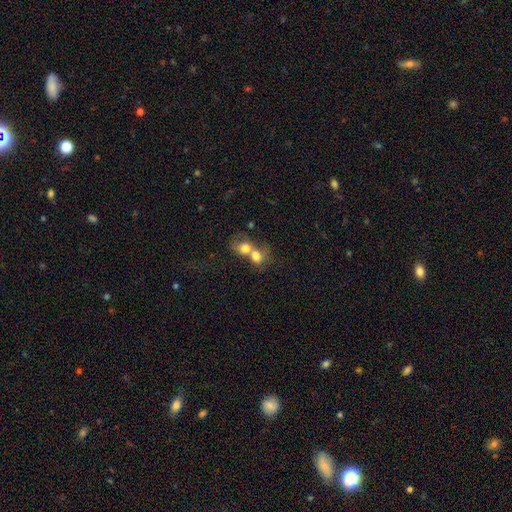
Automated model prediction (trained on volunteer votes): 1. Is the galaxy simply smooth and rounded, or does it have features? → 72% smooth, 19% featured or disk, 9% star or artifact.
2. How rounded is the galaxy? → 59% round, 40% in between, 1% cigar-shaped.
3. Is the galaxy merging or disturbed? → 75% merger, 16% none, 5% minor disturbance, 4% major disturbance.